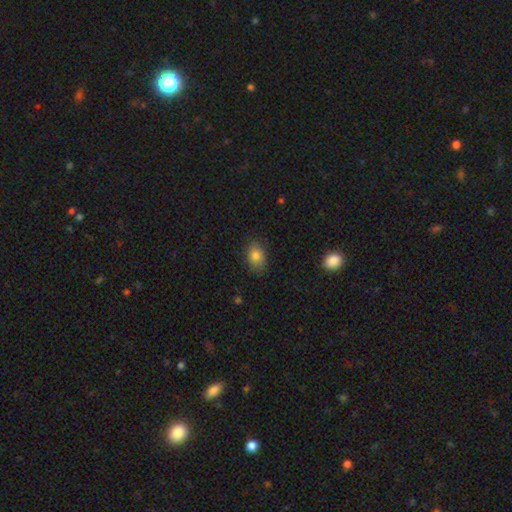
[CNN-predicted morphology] type=smooth (82%); roundness=in between (75%); merging=none (84%).